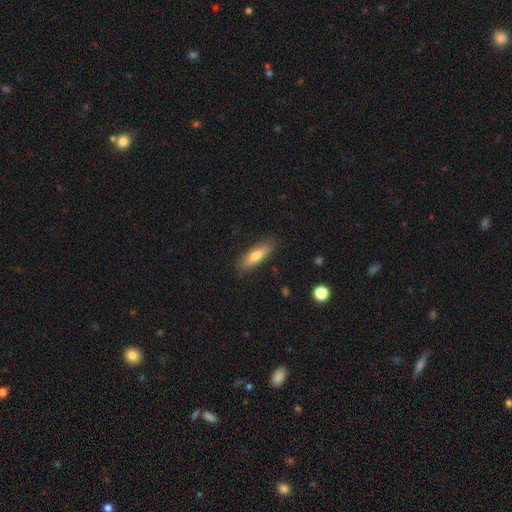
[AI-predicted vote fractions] Smooth or featured? Predicted: smooth (p=0.67). How rounded? Predicted: cigar-shaped (p=0.60). Merging? Predicted: none (p=0.85).